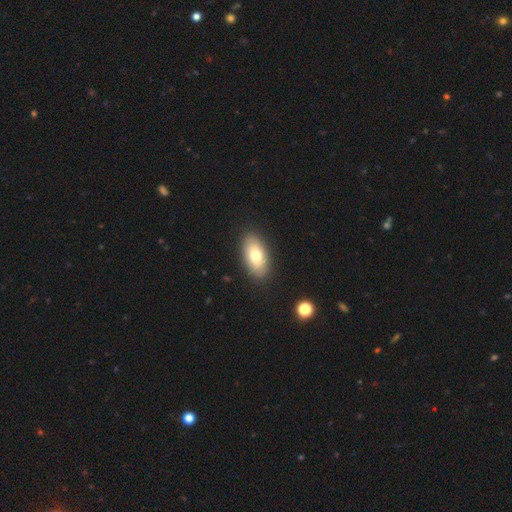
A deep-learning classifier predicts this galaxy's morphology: smooth-or-featured: smooth: 74% | featured or disk: 19% | star or artifact: 7%
  how-rounded: in between: 92% | cigar-shaped: 4% | round: 3%
  merging: none: 88% | minor disturbance: 8% | major disturbance: 2% | merger: 1%